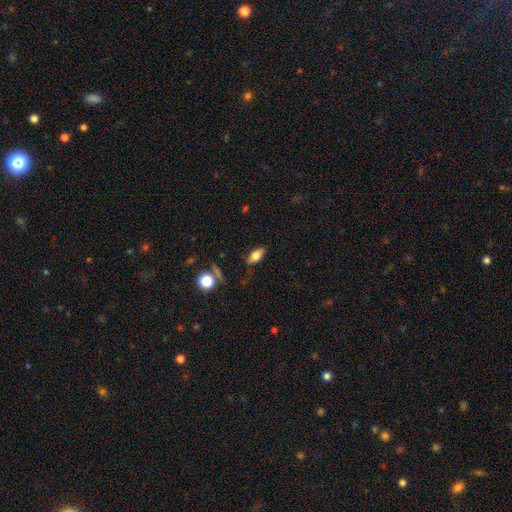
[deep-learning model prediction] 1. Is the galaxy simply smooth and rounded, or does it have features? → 75% smooth, 15% featured or disk, 10% star or artifact.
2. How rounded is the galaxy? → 86% in between, 9% cigar-shaped, 5% round.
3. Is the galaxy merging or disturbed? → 80% none, 14% minor disturbance, 4% major disturbance, 2% merger.